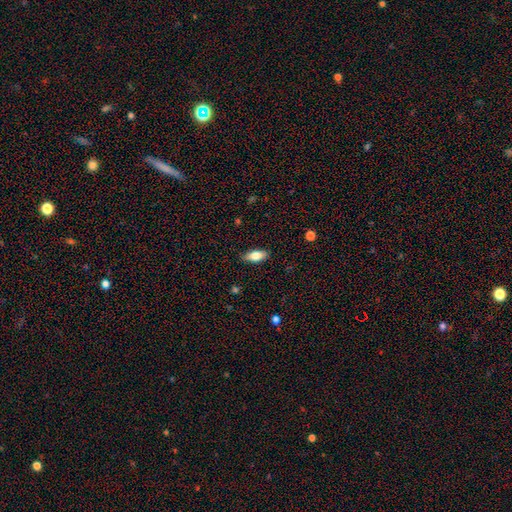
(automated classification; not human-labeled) A smooth galaxy with no disk features (76%) that is in between round and cigar-shaped (81%).

Vote fractions:
- Smooth or featured? smooth: 76% / featured or disk: 17% / star or artifact: 7%
- How rounded? in between: 81% / cigar-shaped: 16% / round: 3%
- Merging? none: 86% / minor disturbance: 11% / major disturbance: 2% / merger: 1%